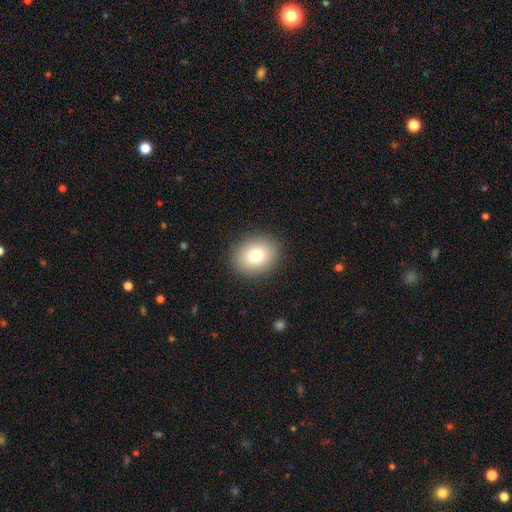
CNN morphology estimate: Smooth or featured: smooth — 79% (featured or disk — 11%)
How rounded: round — 54% (in between — 45%)
Merging: none — 90% (minor disturbance — 7%)